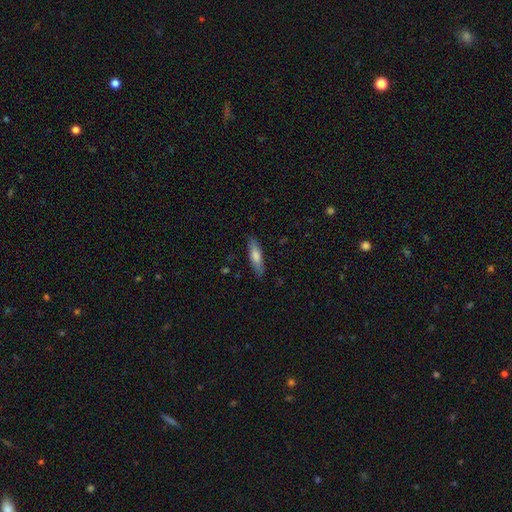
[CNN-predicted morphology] Q: Smooth or featured?
A: smooth (68%); runner-up: featured or disk (26%)
Q: How rounded?
A: cigar-shaped (69%); runner-up: in between (29%)
Q: Merging?
A: none (86%); runner-up: minor disturbance (11%)